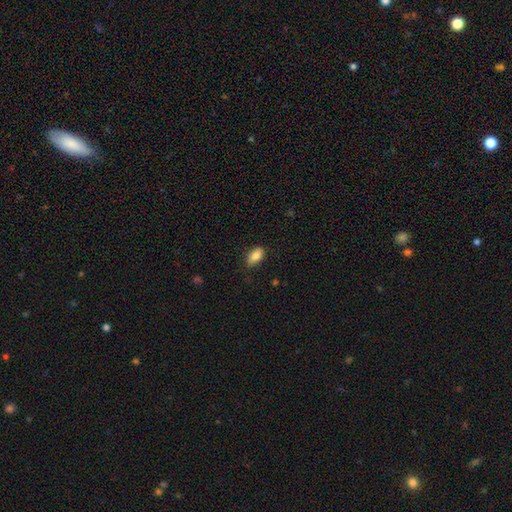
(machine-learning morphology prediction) This is clearly a smooth galaxy (83%). How rounded: clearly in between (90%). Merging: clearly none (81%).